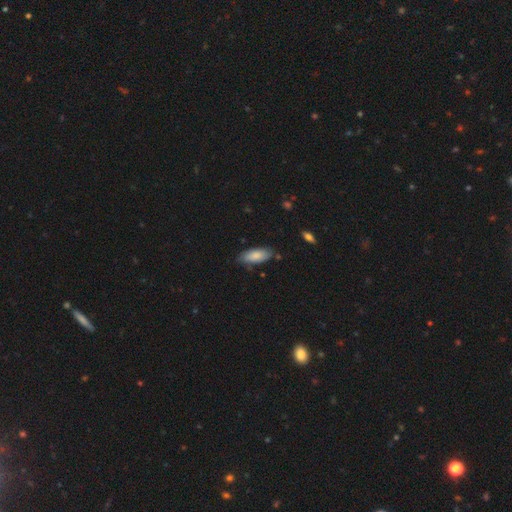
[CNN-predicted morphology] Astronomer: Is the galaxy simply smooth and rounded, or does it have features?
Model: smooth — 83%.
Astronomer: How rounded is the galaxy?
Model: in between — 79%.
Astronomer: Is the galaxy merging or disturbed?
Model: none — 76%.